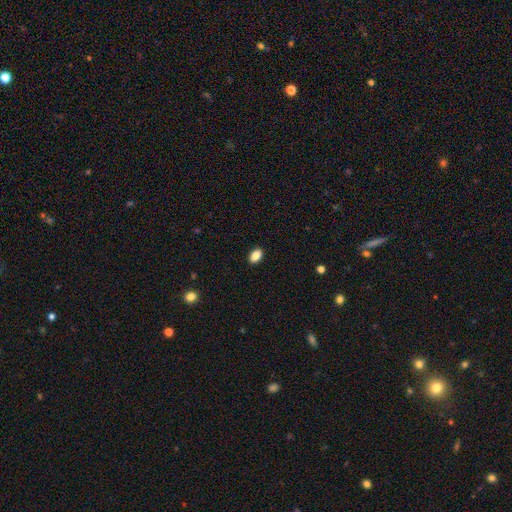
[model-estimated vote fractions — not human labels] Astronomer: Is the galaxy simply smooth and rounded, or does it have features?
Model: smooth — 87%.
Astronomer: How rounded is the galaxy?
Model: in between — 90%.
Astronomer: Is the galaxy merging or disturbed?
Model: none — 90%.